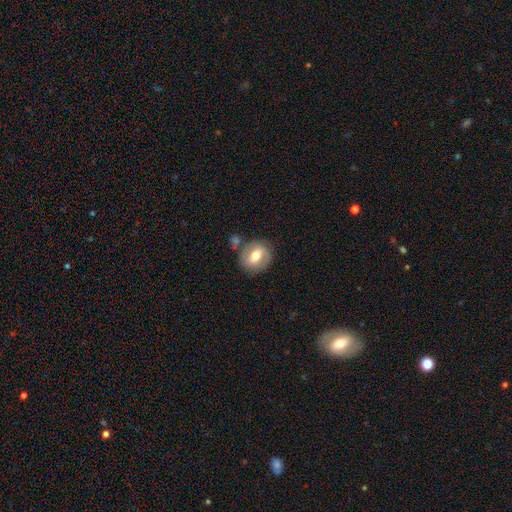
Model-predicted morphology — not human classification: smooth 56%, featured or disk 36%, star or artifact 7%. Down the decision tree: how rounded — round (63%); merging — none (71%).